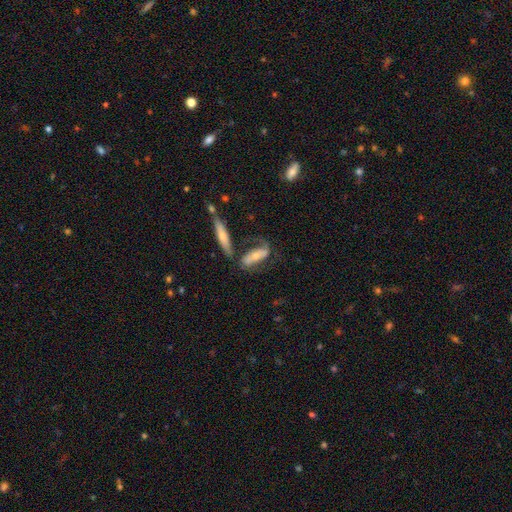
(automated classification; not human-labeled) Smooth or featured: featured or disk — 59% (smooth — 35%)
Edge-on disk: no — 72% (yes — 28%)
Merging: none — 43% (merger — 23%)